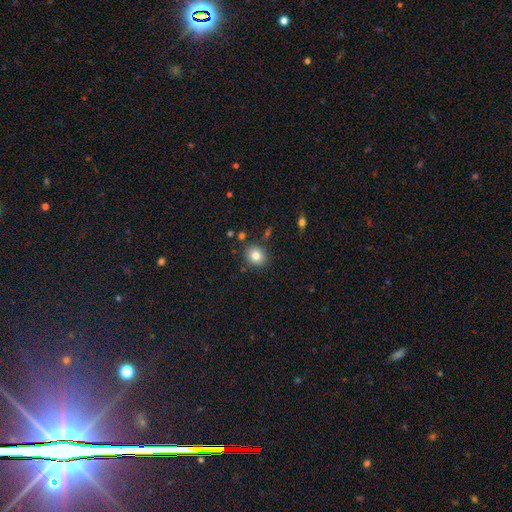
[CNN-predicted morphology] This appears to be a smooth galaxy with no disk features (81%) that is round (75%). Merging: none (86%).